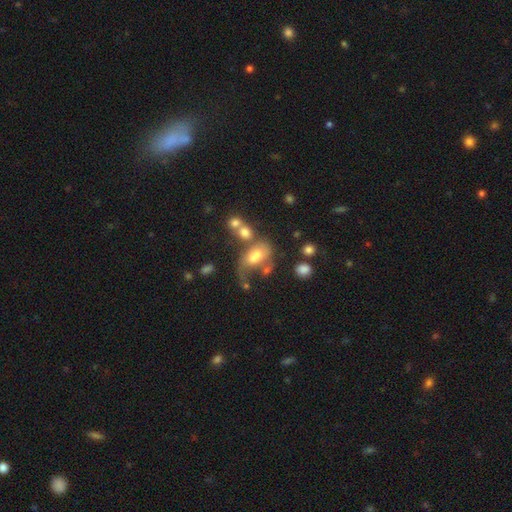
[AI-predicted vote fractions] smooth-or-featured: smooth: 58% | featured or disk: 30% | star or artifact: 12%
  how-rounded: in between: 83% | round: 14% | cigar-shaped: 3%
  merging: merger: 43% | major disturbance: 23% | none: 20% | minor disturbance: 13%